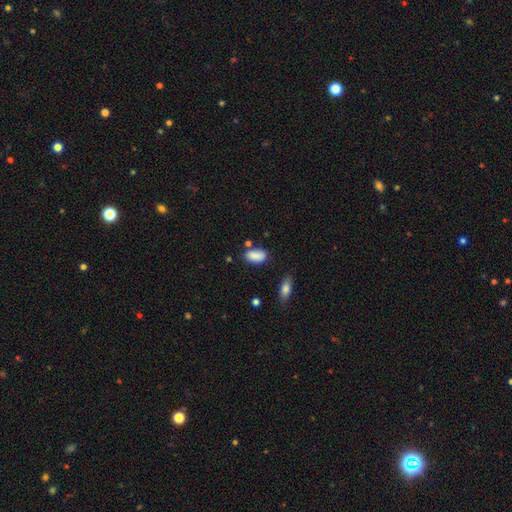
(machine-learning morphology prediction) Overall: smooth (87%). How rounded: in between (92%). Merging: none (69%).